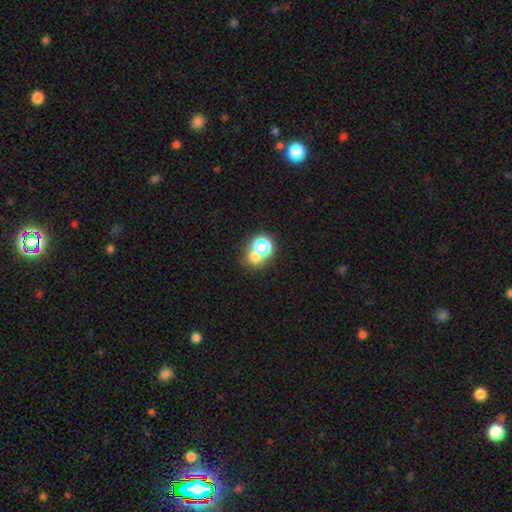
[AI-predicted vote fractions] Smooth or featured?
  - smooth: 64% *
  - star or artifact: 21%
  - featured or disk: 15%
How rounded?
  - round: 73% *
  - in between: 26%
  - cigar-shaped: 1%
Merging?
  - merger: 47% *
  - none: 41%
  - minor disturbance: 7%
  - major disturbance: 5%